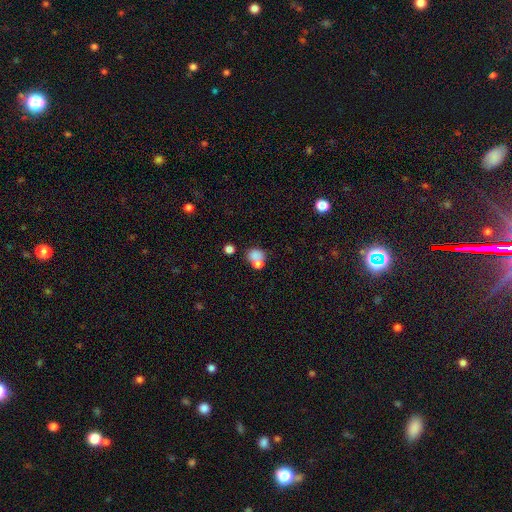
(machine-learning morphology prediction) A smooth galaxy with no disk features (76%) that is round (57%).

Vote fractions:
- Smooth or featured? smooth: 76% / featured or disk: 13% / star or artifact: 11%
- How rounded? round: 57% / in between: 42% / cigar-shaped: 1%
- Merging? merger: 50% / none: 34% / minor disturbance: 10% / major disturbance: 6%